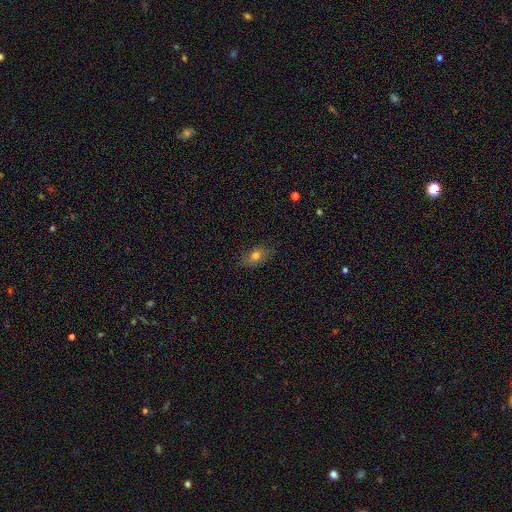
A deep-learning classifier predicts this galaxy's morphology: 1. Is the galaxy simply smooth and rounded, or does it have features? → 73% smooth, 16% featured or disk, 11% star or artifact.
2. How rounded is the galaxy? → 79% in between, 16% round, 5% cigar-shaped.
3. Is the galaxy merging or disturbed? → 78% none, 17% minor disturbance, 4% major disturbance, 1% merger.